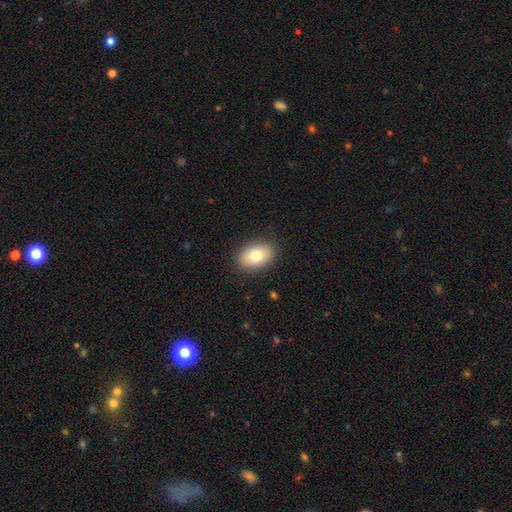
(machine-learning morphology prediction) Smooth or featured? smooth (78%)
How rounded? in between (84%)
Merging? none (88%)